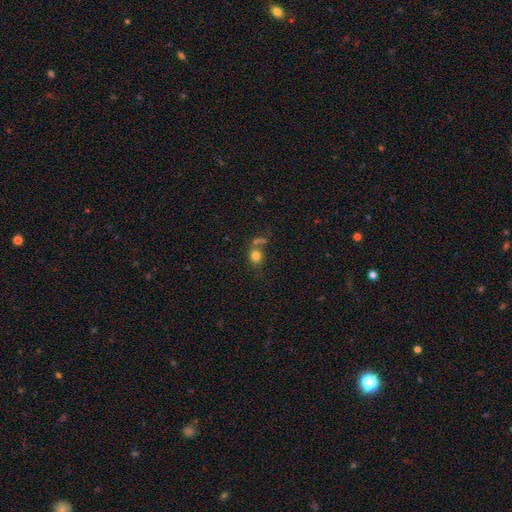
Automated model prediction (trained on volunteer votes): Smooth or featured? smooth (79%)
How rounded? round (71%)
Merging? none (52%)